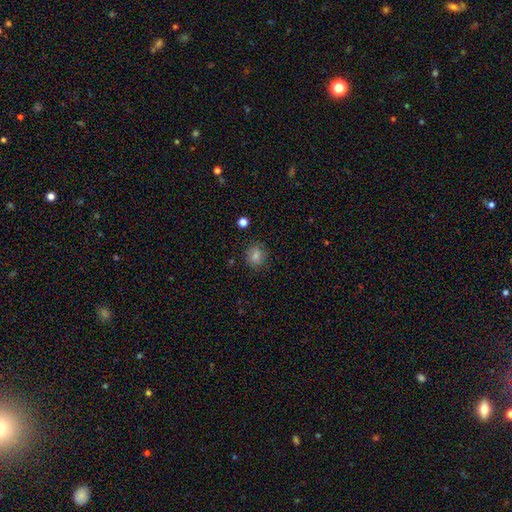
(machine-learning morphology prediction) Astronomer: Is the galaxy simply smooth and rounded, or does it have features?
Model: smooth — 73%.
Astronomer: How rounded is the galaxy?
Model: round — 77%.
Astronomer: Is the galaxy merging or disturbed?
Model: none — 86%.